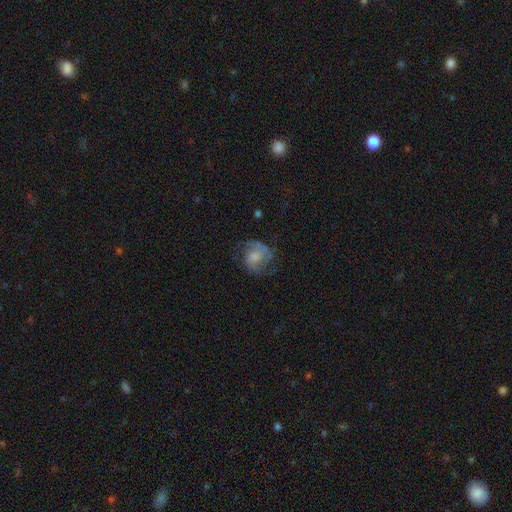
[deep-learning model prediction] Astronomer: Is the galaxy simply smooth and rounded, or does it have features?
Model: featured or disk — 56% (runner-up: smooth, 35%).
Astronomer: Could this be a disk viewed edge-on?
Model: no — 98%.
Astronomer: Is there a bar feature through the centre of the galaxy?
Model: no — 63%.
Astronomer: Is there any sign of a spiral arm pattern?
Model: yes — 83%.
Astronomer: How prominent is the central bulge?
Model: moderate — 31% (runner-up: none, 27%).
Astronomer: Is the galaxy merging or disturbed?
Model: none — 56%.